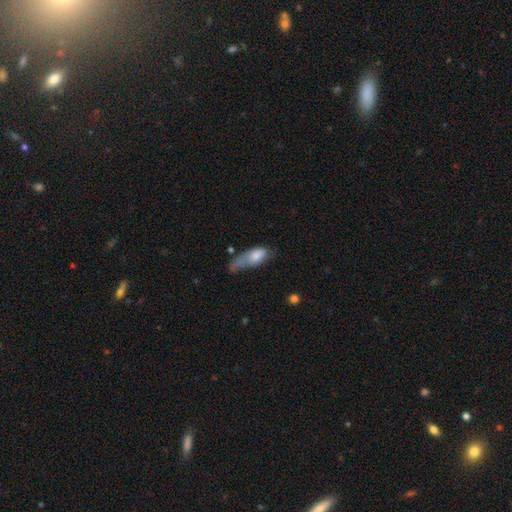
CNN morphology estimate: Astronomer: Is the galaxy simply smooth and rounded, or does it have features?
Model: smooth — 72%.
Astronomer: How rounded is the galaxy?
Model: in between — 75%.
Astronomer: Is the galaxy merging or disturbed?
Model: major disturbance — 39% (runner-up: minor disturbance, 32%).